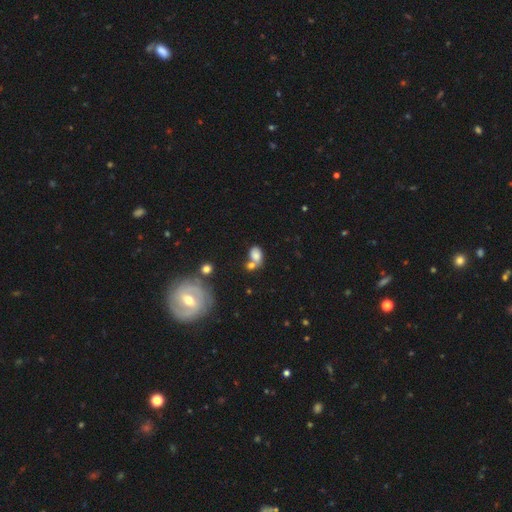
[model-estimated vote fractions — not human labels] Morphology: type=smooth (75%); roundness=in between (77%); merging=merger (44%).